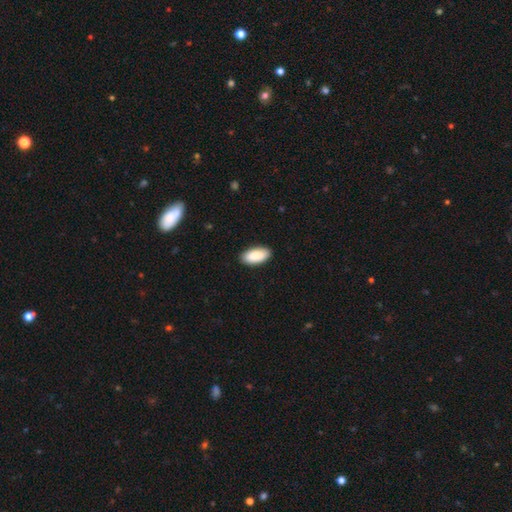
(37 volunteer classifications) Overall: smooth (95%). How rounded: in between (97%). Merging: none (97%).